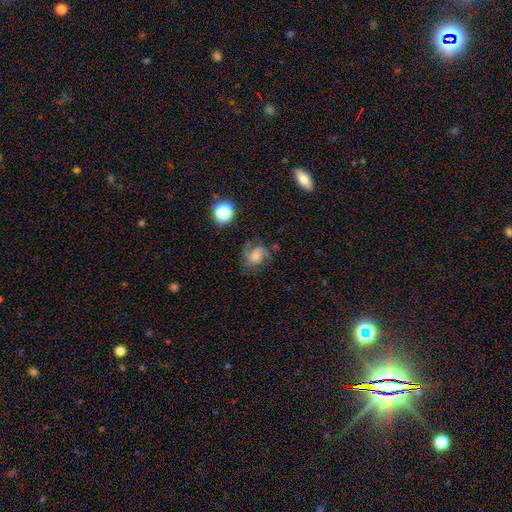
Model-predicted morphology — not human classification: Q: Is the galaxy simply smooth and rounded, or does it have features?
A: featured or disk — 61%.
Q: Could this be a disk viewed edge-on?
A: no — 98%.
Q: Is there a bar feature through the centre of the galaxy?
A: no — 69%.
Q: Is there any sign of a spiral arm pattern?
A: yes — 90%.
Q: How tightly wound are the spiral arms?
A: medium — 48%.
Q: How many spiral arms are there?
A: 2 — 51%.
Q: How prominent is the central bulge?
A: moderate — 34%.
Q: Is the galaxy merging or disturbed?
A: none — 58%.